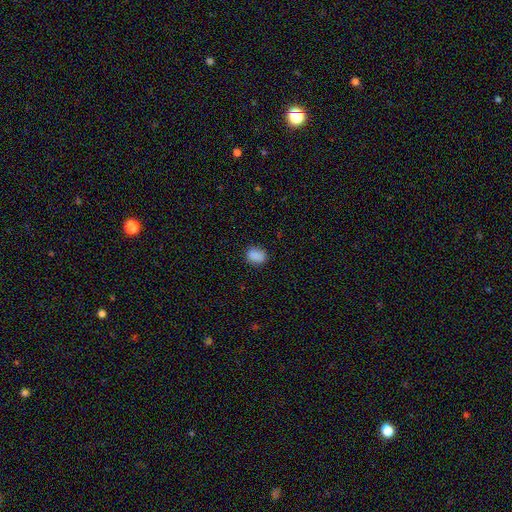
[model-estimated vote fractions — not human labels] This is clearly a smooth galaxy (87%). How rounded: likely in between (66%). Merging: clearly none (84%).